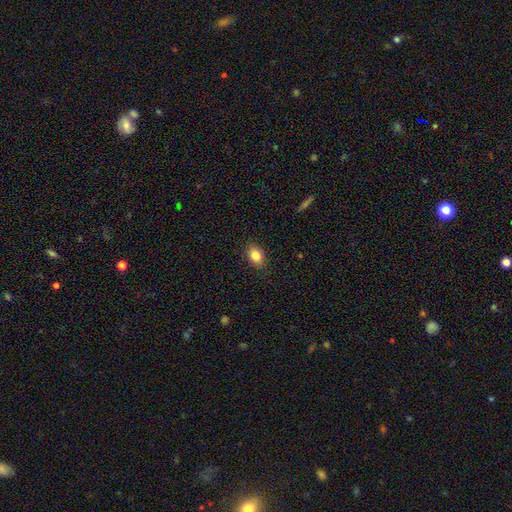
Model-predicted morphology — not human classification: type=smooth (84%); roundness=in between (74%); merging=none (87%).